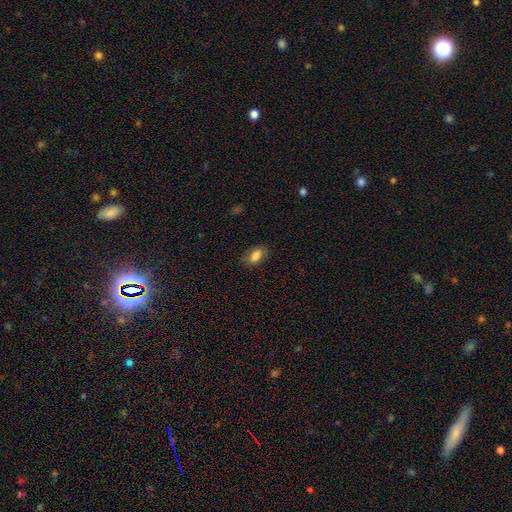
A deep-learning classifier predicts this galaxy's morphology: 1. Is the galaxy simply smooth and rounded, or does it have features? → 84% smooth, 8% star or artifact, 8% featured or disk.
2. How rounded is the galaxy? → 89% in between, 7% round, 3% cigar-shaped.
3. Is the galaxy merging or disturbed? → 82% none, 13% minor disturbance, 3% major disturbance, 1% merger.